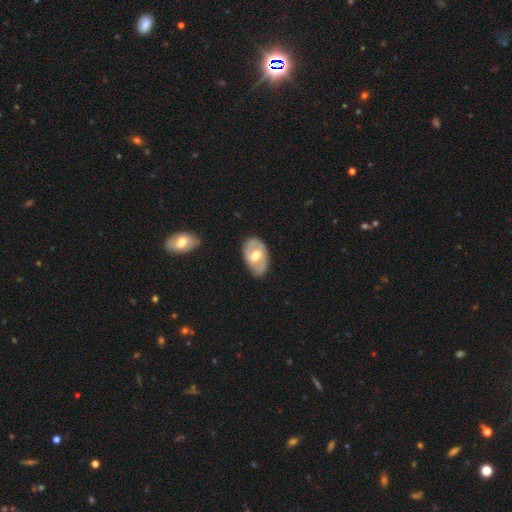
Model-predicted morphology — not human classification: Smooth or featured?
  - featured or disk: 56% *
  - smooth: 38%
  - star or artifact: 5%
Edge-on disk?
  - no: 92% *
  - yes: 8%
Bar?
  - no: 47% *
  - weak: 40%
  - strong: 13%
Spiral arms?
  - no: 52% *
  - yes: 48%
Bulge size?
  - moderate: 70% *
  - large: 20%
  - small: 8%
  - none: 1%
  - dominant: 1%
Merging?
  - none: 73% *
  - minor disturbance: 21%
  - major disturbance: 5%
  - merger: 1%